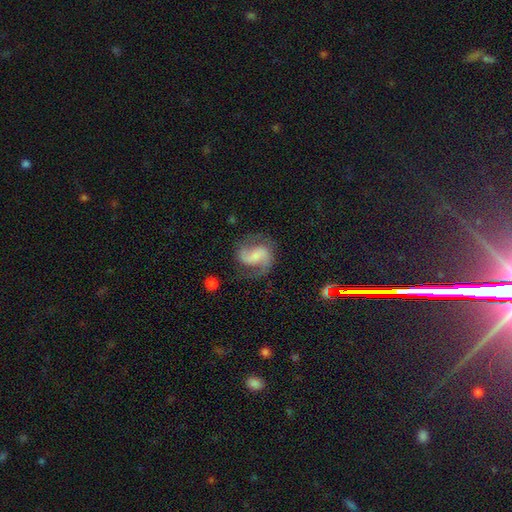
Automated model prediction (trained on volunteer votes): smooth_or_featured: featured or disk (p=0.82) [alt: smooth p=0.12]
disk_edge_on: no (p=0.98) [alt: yes p=0.02]
bar: weak (p=0.44) [alt: no p=0.31]
has_spiral_arms: yes (p=0.96) [alt: no p=0.04]
spiral_winding: medium (p=0.54) [alt: loose p=0.30]
spiral_arm_count: 2 (p=0.90) [alt: 1 p=0.04]
bulge_size: small (p=0.33) [alt: none p=0.31]
merging: none (p=0.70) [alt: minor disturbance p=0.17]